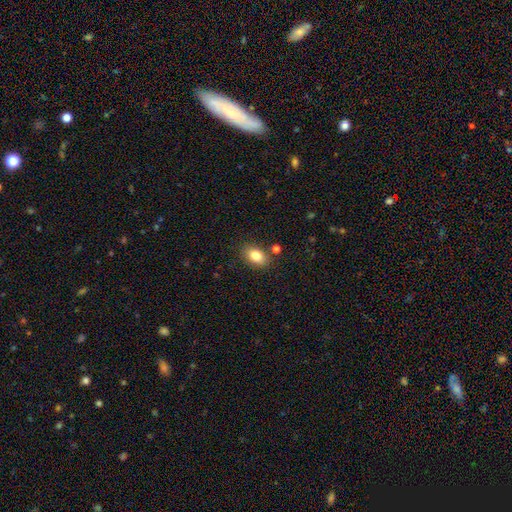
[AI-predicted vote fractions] The model was most divided on "how rounded": in between: 84%, round: 14%, cigar-shaped: 2%. More confident: smooth or featured — smooth (82%); merging — none (82%).